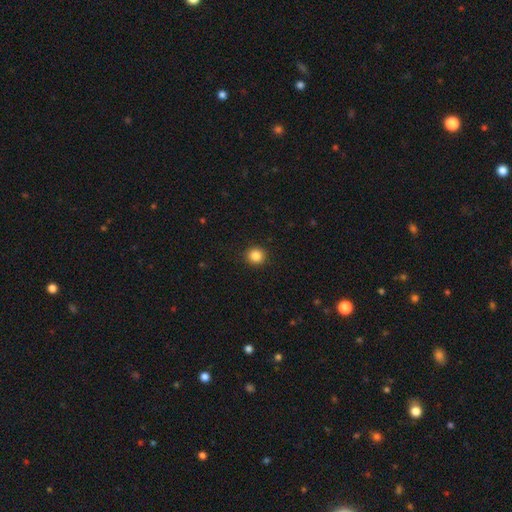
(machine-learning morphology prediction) Q: Smooth or featured?
A: smooth (86%); runner-up: star or artifact (10%)
Q: How rounded?
A: round (92%); runner-up: in between (7%)
Q: Merging?
A: none (92%); runner-up: minor disturbance (5%)